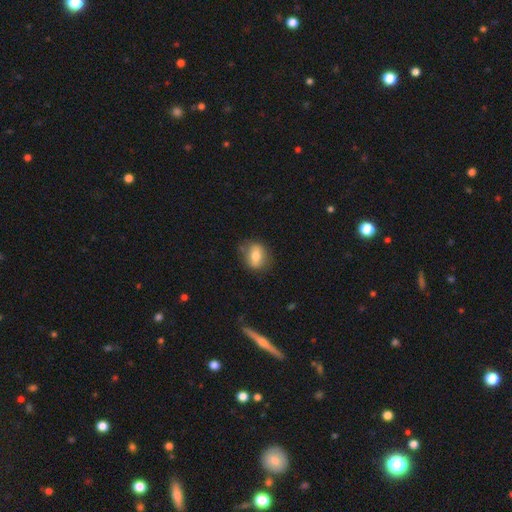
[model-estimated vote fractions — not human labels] This is likely a smooth galaxy (69%). How rounded: likely in between (61%). Merging: likely none (75%).